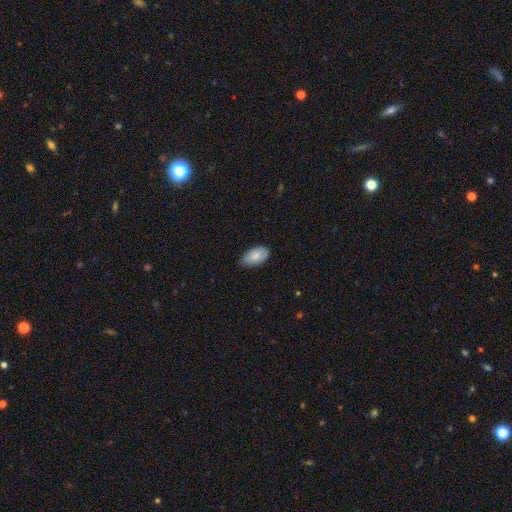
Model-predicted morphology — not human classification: smooth 83%, featured or disk 11%, star or artifact 6%. Down the decision tree: how rounded — in between (94%); merging — none (65%).